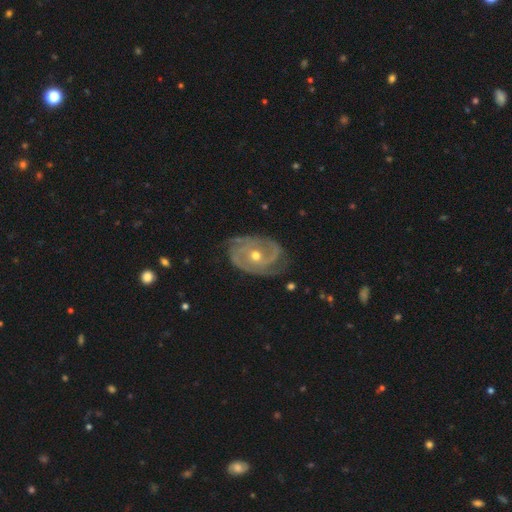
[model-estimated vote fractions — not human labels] A featured or disk galaxy (89%) with no bar (70%), 2 (49%) tight (58%) spiral arms (96%) and a moderate central bulge (65%).

Vote fractions:
- Smooth or featured? featured or disk: 89% / smooth: 6% / star or artifact: 5%
- Edge-on disk? no: 97% / yes: 3%
- Bar? no: 70% / weak: 23% / strong: 7%
- Spiral arms? yes: 96% / no: 4%
- Spiral winding? tight: 58% / medium: 33% / loose: 10%
- Spiral arm count? 2: 49% / 3: 21% / can't tell: 16% / 1: 5% / 4: 5% / more than 4: 4%
- Bulge size? moderate: 65% / small: 31% / large: 2% / none: 1% / dominant: 1%
- Merging? none: 68% / minor disturbance: 23% / major disturbance: 8% / merger: 2%